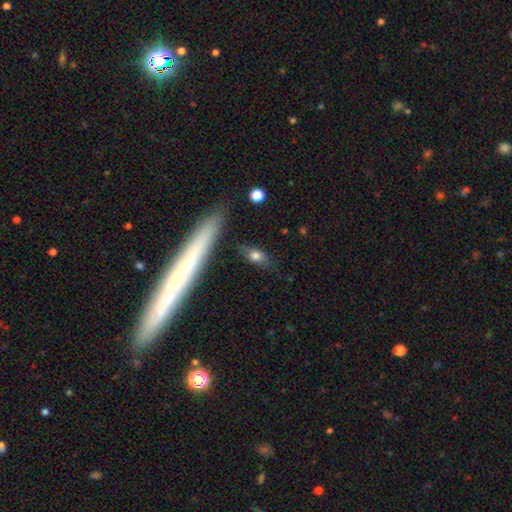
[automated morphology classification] Q: Smooth or featured?
A: smooth (74%); runner-up: featured or disk (16%)
Q: How rounded?
A: in between (69%); runner-up: cigar-shaped (19%)
Q: Merging?
A: none (74%); runner-up: minor disturbance (16%)